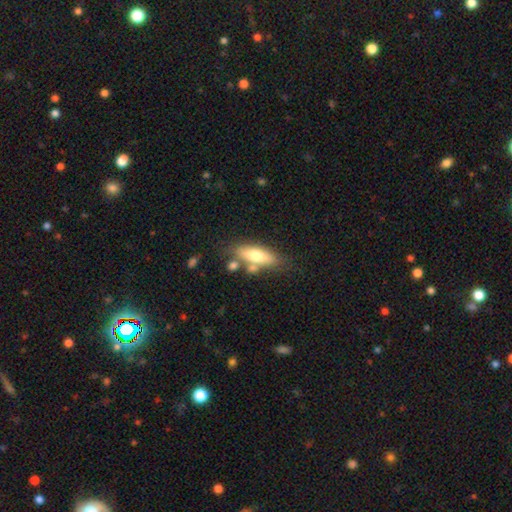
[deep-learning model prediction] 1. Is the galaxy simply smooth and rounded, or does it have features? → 68% smooth, 26% featured or disk, 7% star or artifact.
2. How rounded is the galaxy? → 61% in between, 36% cigar-shaped, 3% round.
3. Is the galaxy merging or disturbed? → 62% none, 17% merger, 16% minor disturbance, 5% major disturbance.